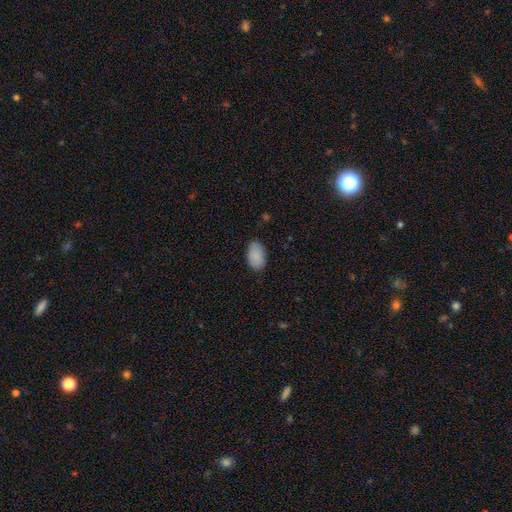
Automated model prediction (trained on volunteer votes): smooth_or_featured: smooth (p=0.89) [alt: star or artifact p=0.06]
how_rounded: in between (p=0.93) [alt: round p=0.06]
merging: none (p=0.85) [alt: minor disturbance p=0.12]